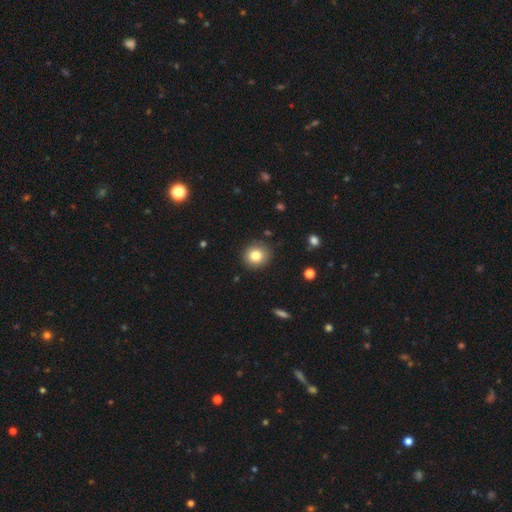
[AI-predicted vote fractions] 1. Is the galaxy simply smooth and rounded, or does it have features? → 81% smooth, 11% star or artifact, 9% featured or disk.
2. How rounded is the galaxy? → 89% round, 10% in between, 1% cigar-shaped.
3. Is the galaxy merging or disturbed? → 89% none, 8% minor disturbance, 2% major disturbance, 1% merger.